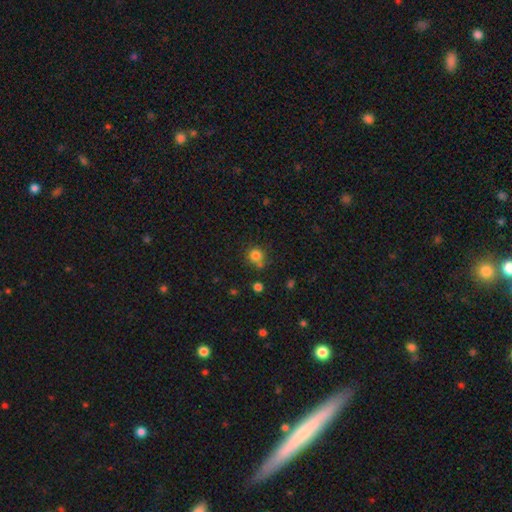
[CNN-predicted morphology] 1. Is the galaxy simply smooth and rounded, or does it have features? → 81% smooth, 13% star or artifact, 6% featured or disk.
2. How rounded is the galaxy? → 88% round, 11% in between, 1% cigar-shaped.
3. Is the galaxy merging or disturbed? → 65% none, 17% merger, 13% minor disturbance, 4% major disturbance.